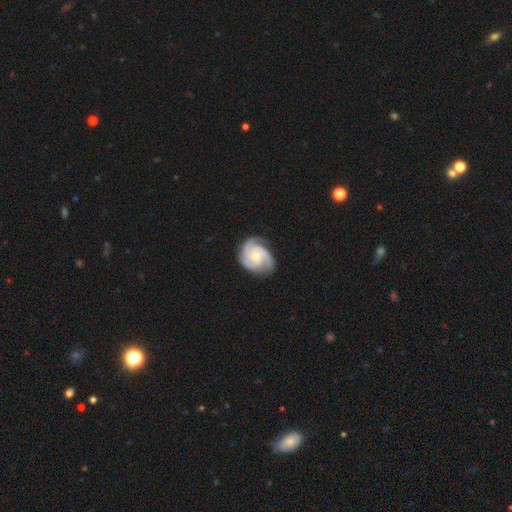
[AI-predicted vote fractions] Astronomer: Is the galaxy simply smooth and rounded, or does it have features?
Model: featured or disk — 87%.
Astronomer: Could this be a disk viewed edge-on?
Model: no — 98%.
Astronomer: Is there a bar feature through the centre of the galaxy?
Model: no — 73%.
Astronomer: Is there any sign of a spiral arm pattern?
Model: yes — 98%.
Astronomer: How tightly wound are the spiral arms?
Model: tight — 59% (runner-up: medium, 34%).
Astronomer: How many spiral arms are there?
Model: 3 — 60%.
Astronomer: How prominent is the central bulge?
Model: moderate — 46%, tied with small at 46%.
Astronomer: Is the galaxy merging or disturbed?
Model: none — 71%.